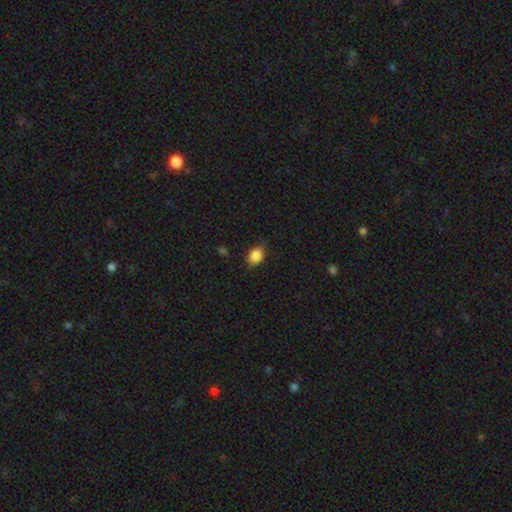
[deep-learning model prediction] smooth-or-featured: smooth: 87% | star or artifact: 9% | featured or disk: 4%
  how-rounded: in between: 63% | round: 36% | cigar-shaped: 1%
  merging: none: 82% | minor disturbance: 14% | major disturbance: 3% | merger: 1%